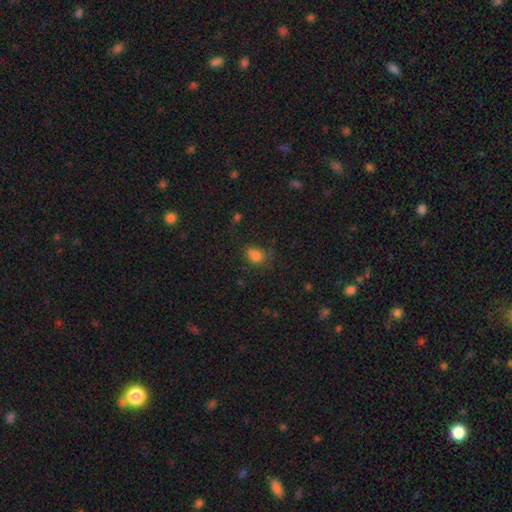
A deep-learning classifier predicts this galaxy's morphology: smooth 79%, star or artifact 13%, featured or disk 8%. Down the decision tree: how rounded — in between (50%); merging — none (56%).